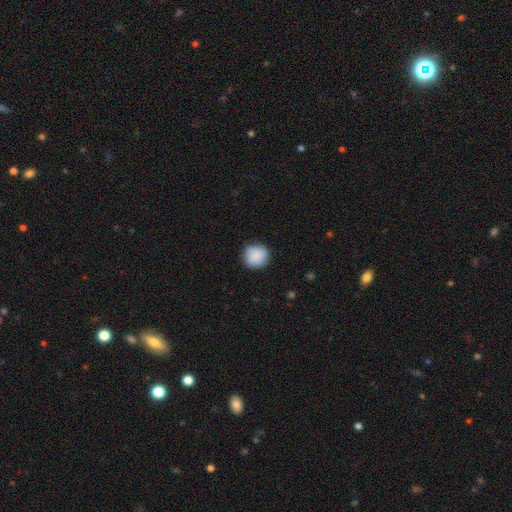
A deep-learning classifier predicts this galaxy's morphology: Q: Smooth or featured?
A: smooth (88%); runner-up: star or artifact (7%)
Q: How rounded?
A: round (92%); runner-up: in between (7%)
Q: Merging?
A: none (87%); runner-up: minor disturbance (9%)